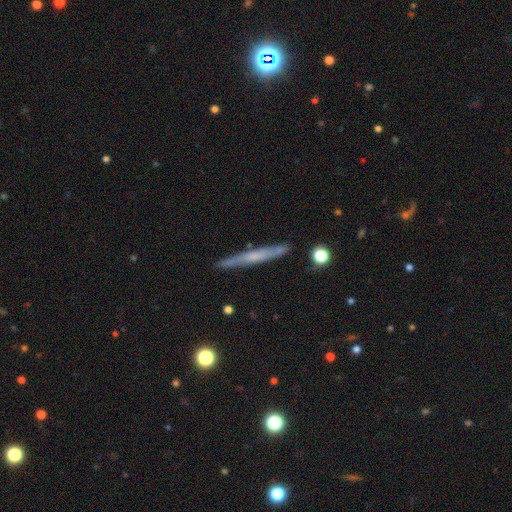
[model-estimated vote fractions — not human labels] featured or disk 52%, smooth 40%, star or artifact 7%. Down the decision tree: edge-on disk — yes (95%); merging — none (88%).